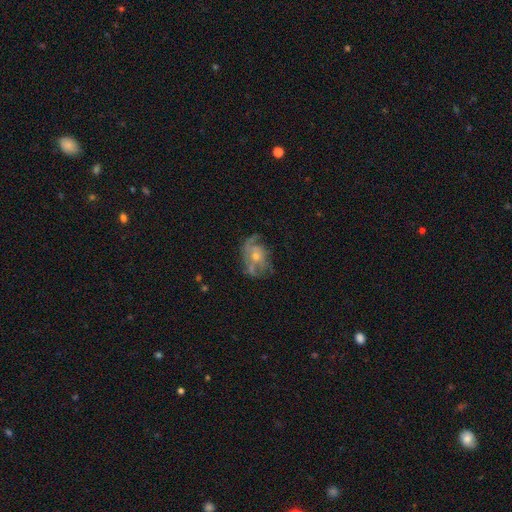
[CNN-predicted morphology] This appears to be a featured or disk galaxy (70%) with no bar (78%), spiral arms (70%) and a moderate central bulge (47%, tied with small). Merging: none (55%).